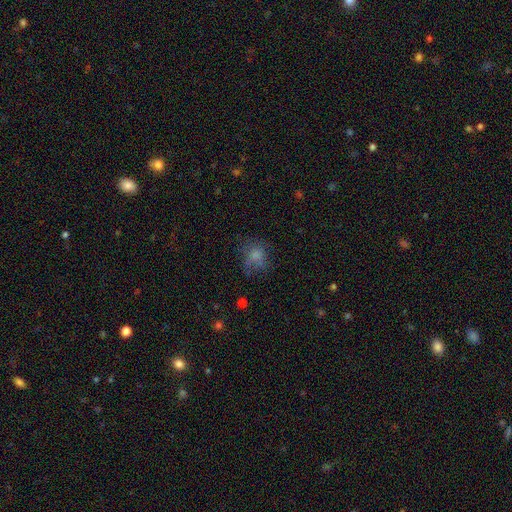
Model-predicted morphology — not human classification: A smooth galaxy with no disk features (72%) that is round (71%).

Vote fractions:
- Smooth or featured? smooth: 72% / featured or disk: 14% / star or artifact: 14%
- How rounded? round: 71% / in between: 28% / cigar-shaped: 1%
- Merging? none: 54% / minor disturbance: 23% / major disturbance: 20% / merger: 3%